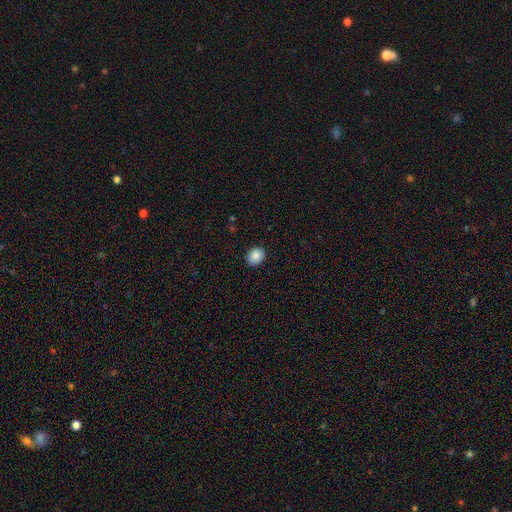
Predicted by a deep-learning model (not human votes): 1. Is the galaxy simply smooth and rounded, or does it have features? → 88% smooth, 9% star or artifact, 4% featured or disk.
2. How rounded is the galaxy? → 68% round, 31% in between, 1% cigar-shaped.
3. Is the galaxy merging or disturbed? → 89% none, 8% minor disturbance, 2% major disturbance, 1% merger.